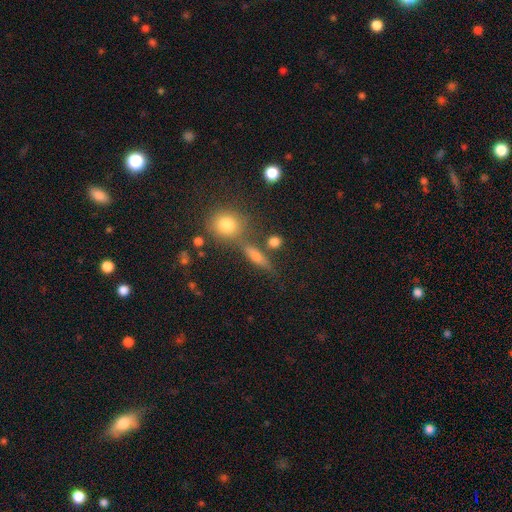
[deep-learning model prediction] A smooth galaxy with no disk features (41%).

Vote fractions:
- Smooth or featured? smooth: 41% / featured or disk: 40% / star or artifact: 19%
- Merging? none: 72% / minor disturbance: 12% / merger: 11% / major disturbance: 5%